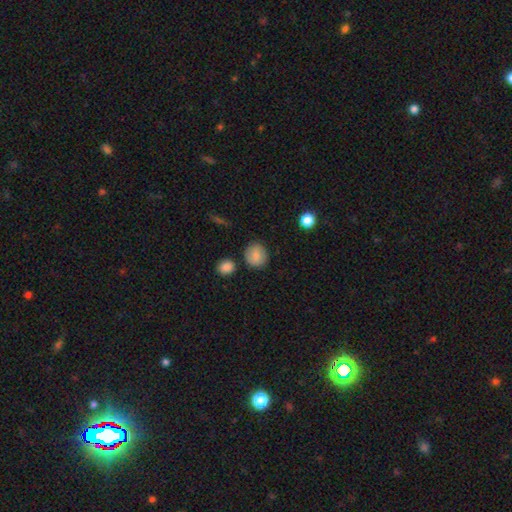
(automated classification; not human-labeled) Morphology: type=smooth (80%); roundness=round (79%); merging=none (80%).